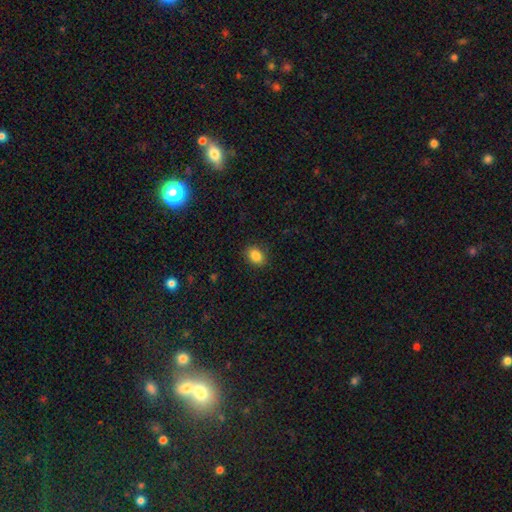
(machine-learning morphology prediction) Smooth or featured? smooth (86%)
How rounded? in between (70%)
Merging? none (89%)